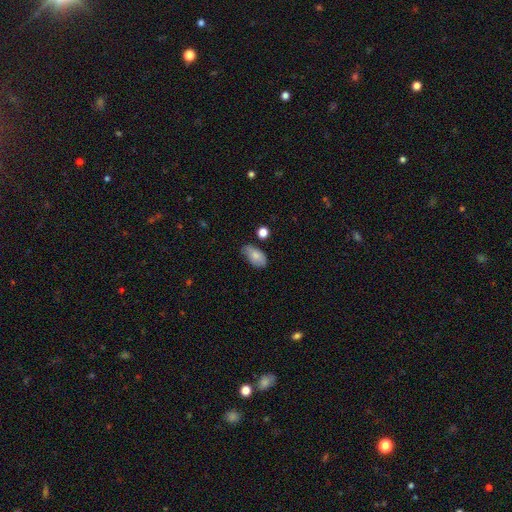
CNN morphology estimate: smooth_or_featured: smooth (p=0.79) [alt: featured or disk p=0.13]
how_rounded: in between (p=0.92) [alt: round p=0.05]
merging: none (p=0.60) [alt: minor disturbance p=0.30]